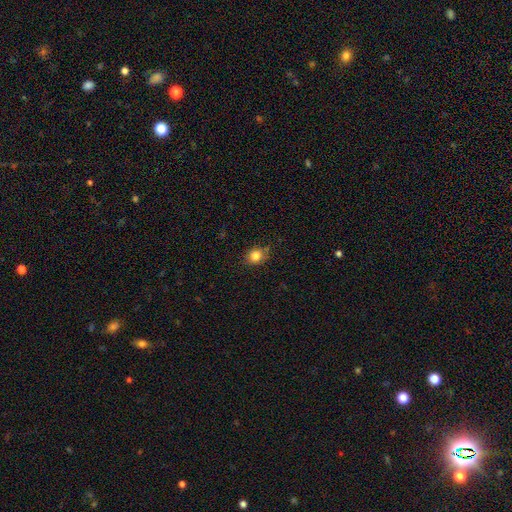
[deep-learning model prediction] Smooth or featured?
  - smooth: 82% *
  - star or artifact: 11%
  - featured or disk: 6%
How rounded?
  - round: 67% *
  - in between: 32%
  - cigar-shaped: 1%
Merging?
  - none: 76% *
  - minor disturbance: 19%
  - major disturbance: 4%
  - merger: 2%